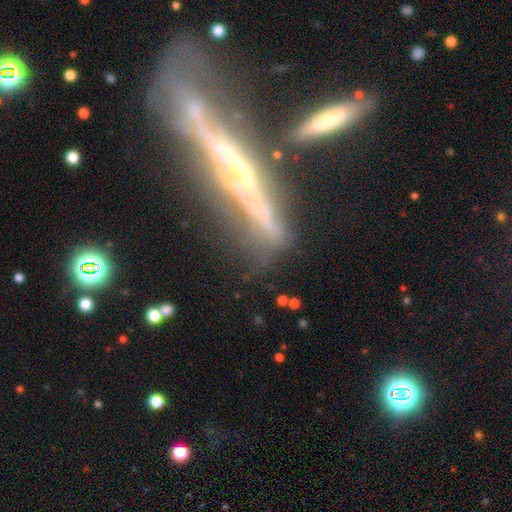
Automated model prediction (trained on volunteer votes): A featured or disk galaxy (70%) viewed edge-on (80%) with a rounded central bulge (50%). Merging: none (51%).